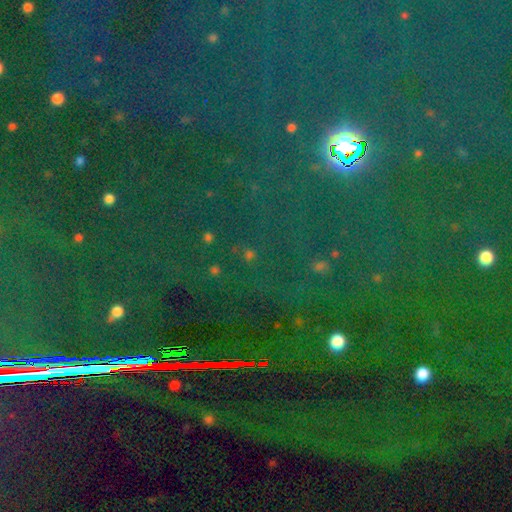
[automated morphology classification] smooth_or_featured: star or artifact (p=0.84) [alt: smooth p=0.09]